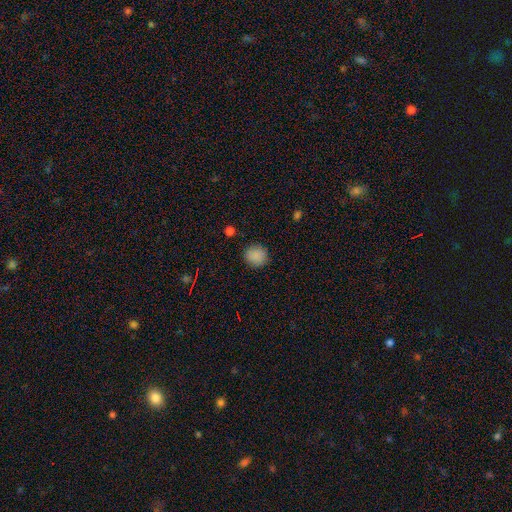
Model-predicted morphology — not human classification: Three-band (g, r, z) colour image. It shows a smooth galaxy with no disk features (87%) that is round (87%). Merging: none (87%).